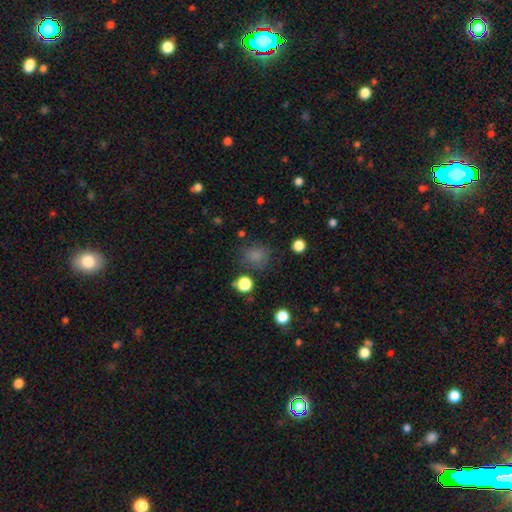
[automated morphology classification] Smooth or featured? Predicted: smooth (p=0.76). How rounded? Predicted: round (p=0.72). Merging? Predicted: none (p=0.74).